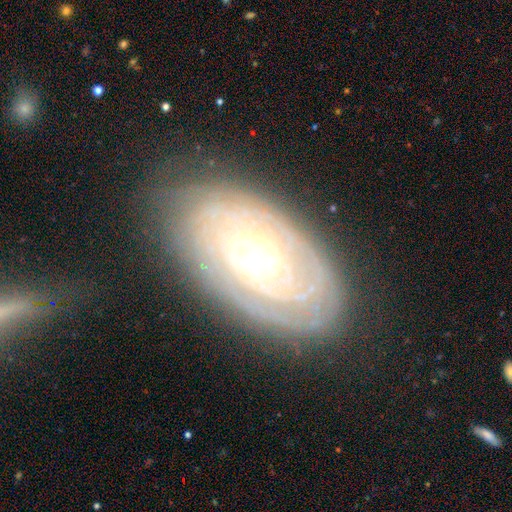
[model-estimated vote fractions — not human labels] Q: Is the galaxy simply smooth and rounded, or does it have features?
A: featured or disk — 81%.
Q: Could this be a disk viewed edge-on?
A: no — 94%.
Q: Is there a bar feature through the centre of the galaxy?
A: no — 53%.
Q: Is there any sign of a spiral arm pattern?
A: yes — 90%.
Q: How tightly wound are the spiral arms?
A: tight — 82%.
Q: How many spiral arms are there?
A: can't tell — 49%.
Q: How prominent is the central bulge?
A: moderate — 64%.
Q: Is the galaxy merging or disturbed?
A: none — 76%.